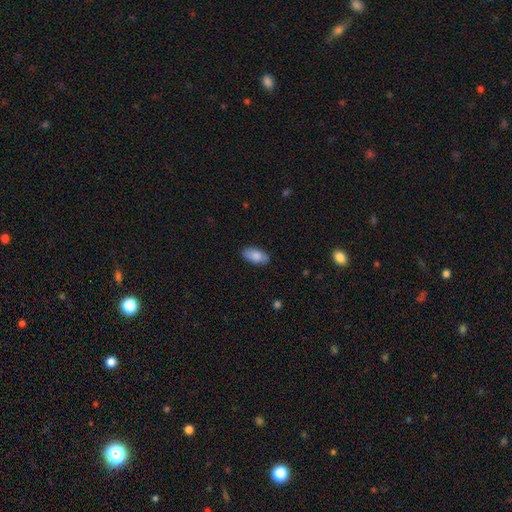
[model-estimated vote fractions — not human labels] Morphology: type=smooth (85%); roundness=in between (92%); merging=none (87%).